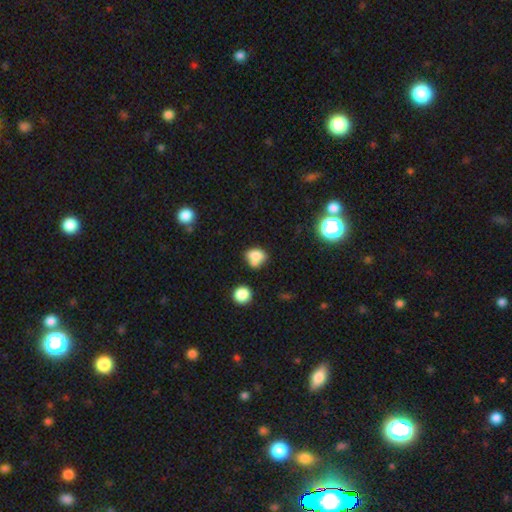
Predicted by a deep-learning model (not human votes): smooth-or-featured: smooth: 73% | featured or disk: 14% | star or artifact: 13%
  how-rounded: in between: 61% | round: 37% | cigar-shaped: 2%
  merging: none: 41% | merger: 38% | minor disturbance: 15% | major disturbance: 6%